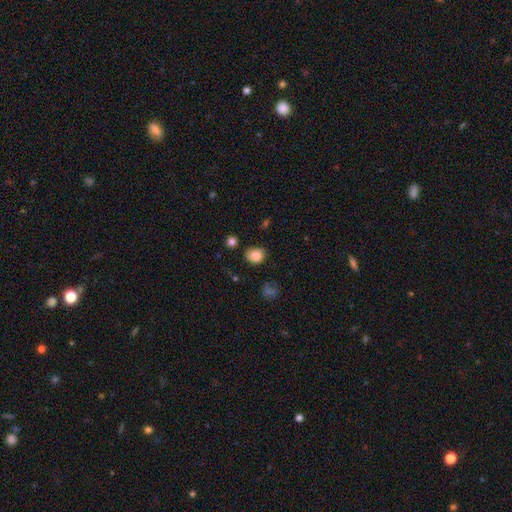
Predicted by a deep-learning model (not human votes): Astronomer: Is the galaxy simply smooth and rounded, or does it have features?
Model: smooth — 83%.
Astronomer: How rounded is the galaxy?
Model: round — 57% (runner-up: in between, 42%).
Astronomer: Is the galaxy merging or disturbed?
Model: none — 68%.